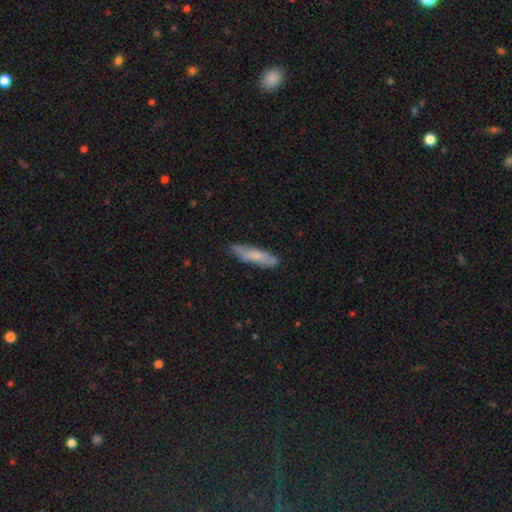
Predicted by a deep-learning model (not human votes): Smooth or featured? Predicted: smooth (p=0.70). How rounded? Predicted: cigar-shaped (p=0.75). Merging? Predicted: none (p=0.73).